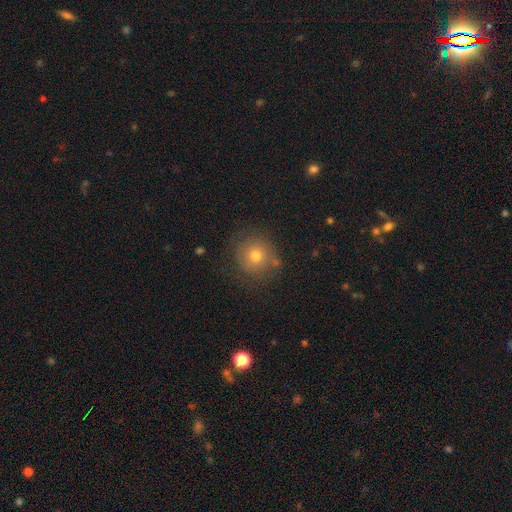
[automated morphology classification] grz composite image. It shows a smooth galaxy with no disk features (69%) that is round (90%). Merging: none (78%).